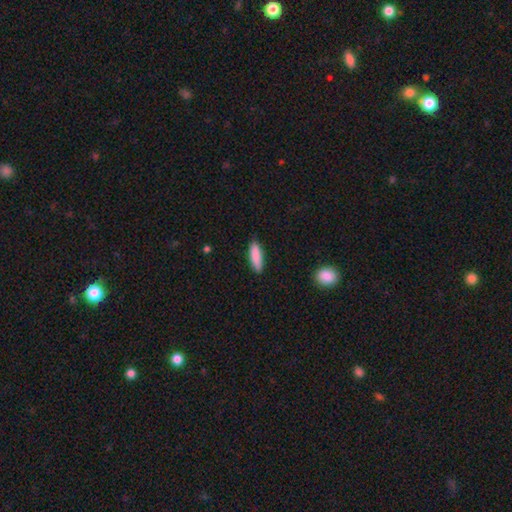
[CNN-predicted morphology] Smooth or featured?
  - smooth: 87% *
  - featured or disk: 7%
  - star or artifact: 6%
How rounded?
  - cigar-shaped: 53% *
  - in between: 45%
  - round: 2%
Merging?
  - none: 85% *
  - minor disturbance: 11%
  - major disturbance: 2%
  - merger: 1%